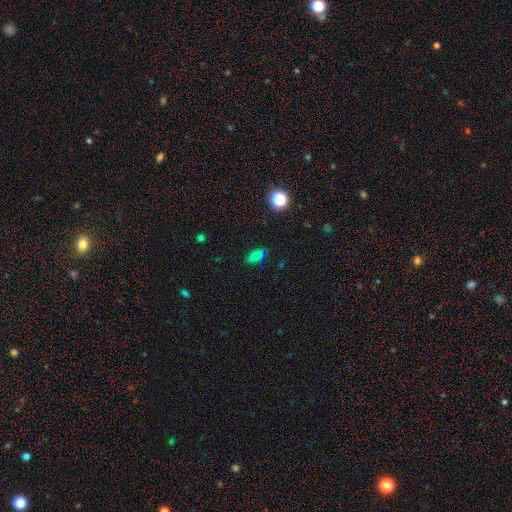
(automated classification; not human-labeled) Q: Smooth or featured?
A: smooth (57%); runner-up: star or artifact (32%)
Q: How rounded?
A: in between (76%); runner-up: round (20%)
Q: Merging?
A: none (75%); runner-up: minor disturbance (14%)